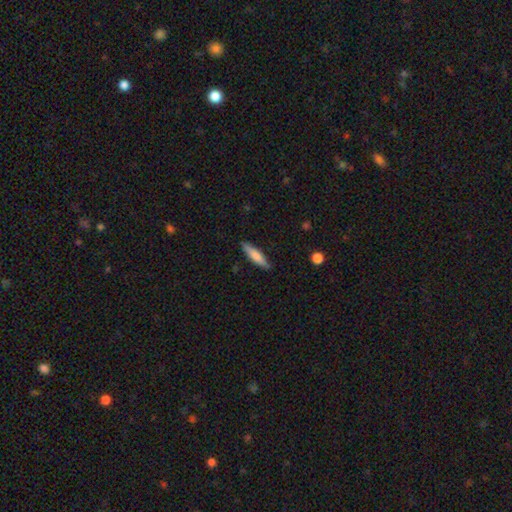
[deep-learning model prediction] This appears to be a smooth galaxy with no disk features (71%) that is cigar-shaped (80%). Merging: none (87%).